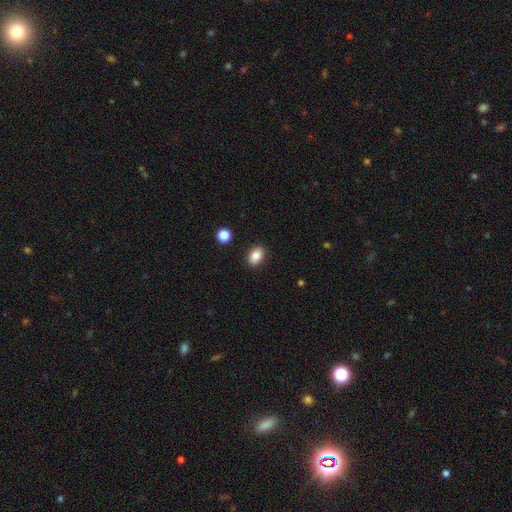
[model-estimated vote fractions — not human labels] The model was most divided on "how rounded": in between: 82%, round: 17%, cigar-shaped: 1%. More confident: merging — none (89%); smooth or featured — smooth (84%).